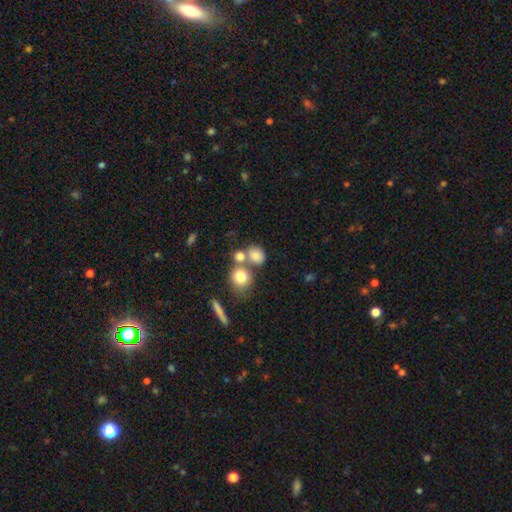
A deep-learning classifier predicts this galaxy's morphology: The model was most divided on "merging": none: 45%, merger: 40%, minor disturbance: 10%, major disturbance: 5%. More confident: smooth or featured — smooth (78%); how rounded — round (69%).